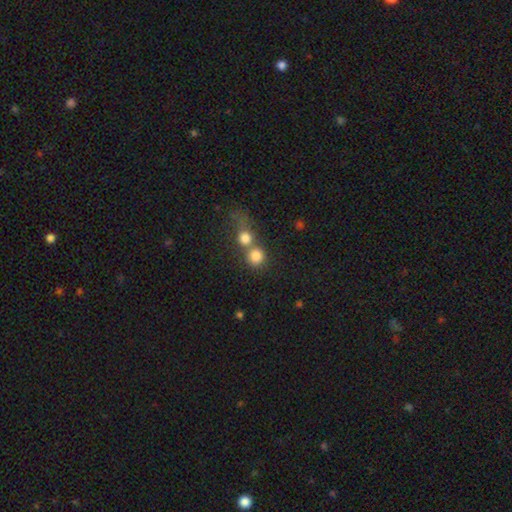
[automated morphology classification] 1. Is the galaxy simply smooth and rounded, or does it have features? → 81% smooth, 11% star or artifact, 9% featured or disk.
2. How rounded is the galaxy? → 88% round, 11% in between, 1% cigar-shaped.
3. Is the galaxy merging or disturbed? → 46% merger, 43% none, 6% minor disturbance, 5% major disturbance.